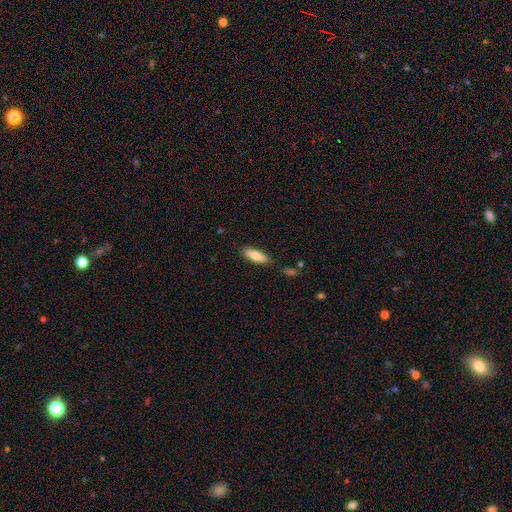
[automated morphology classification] type=smooth (77%); roundness=in between (54%); merging=none (84%).